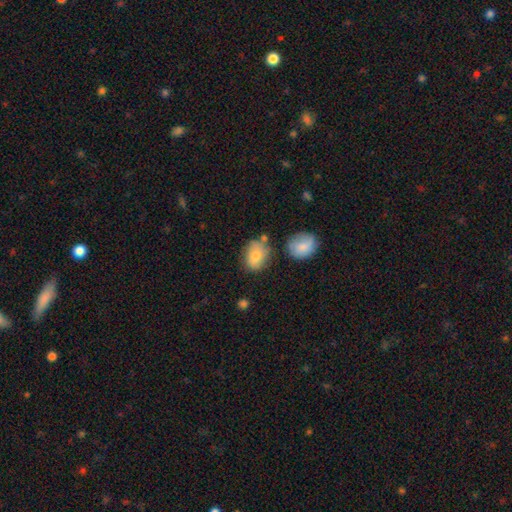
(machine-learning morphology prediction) Smooth or featured? smooth (77%)
How rounded? in between (68%)
Merging? none (60%)